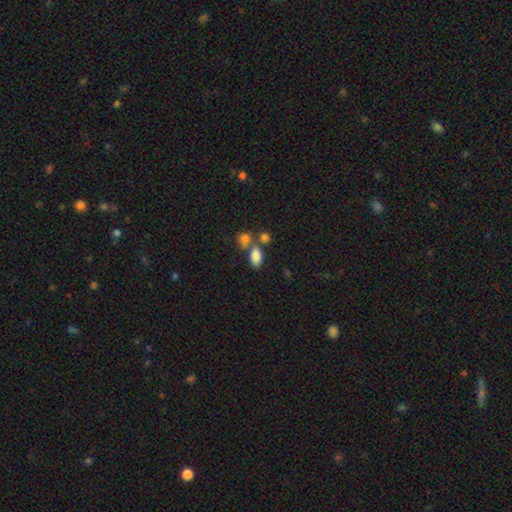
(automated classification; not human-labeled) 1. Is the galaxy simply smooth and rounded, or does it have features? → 83% smooth, 9% star or artifact, 7% featured or disk.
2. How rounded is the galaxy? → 90% in between, 8% round, 3% cigar-shaped.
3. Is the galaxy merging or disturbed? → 51% none, 33% merger, 11% minor disturbance, 5% major disturbance.